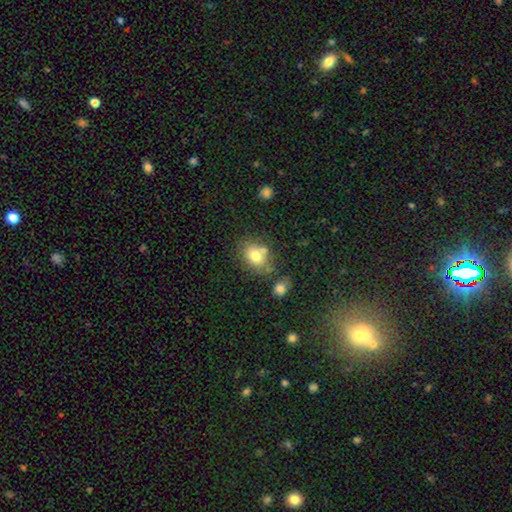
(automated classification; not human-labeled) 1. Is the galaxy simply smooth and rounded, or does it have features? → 75% smooth, 14% featured or disk, 11% star or artifact.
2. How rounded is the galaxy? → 60% in between, 39% round, 1% cigar-shaped.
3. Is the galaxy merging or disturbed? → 59% none, 20% merger, 16% minor disturbance, 5% major disturbance.